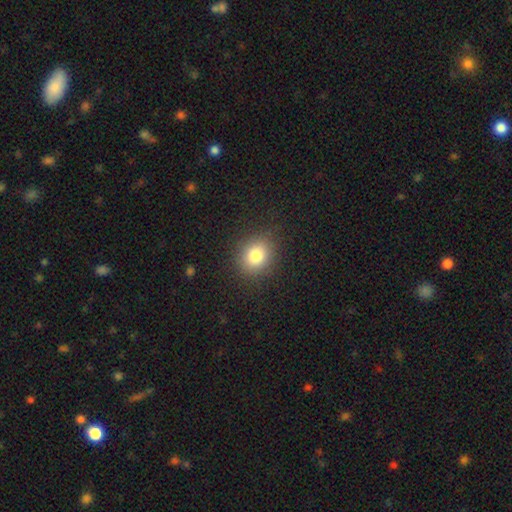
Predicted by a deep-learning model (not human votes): Smooth or featured? Predicted: smooth (p=0.81). How rounded? Predicted: round (p=0.66). Merging? Predicted: none (p=0.87).